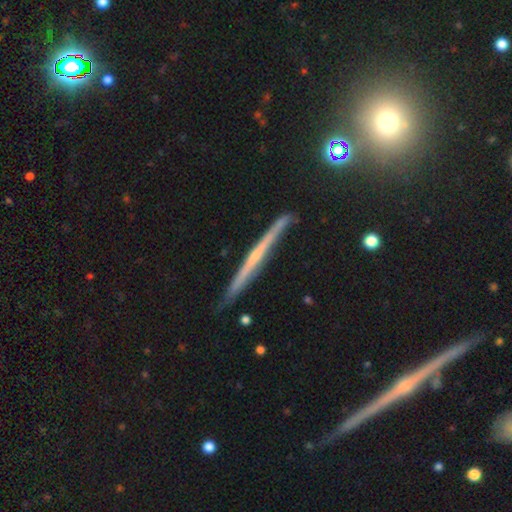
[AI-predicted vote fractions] A featured or disk galaxy (70%) viewed edge-on (97%) with no central bulge (63%). Merging: none (84%).